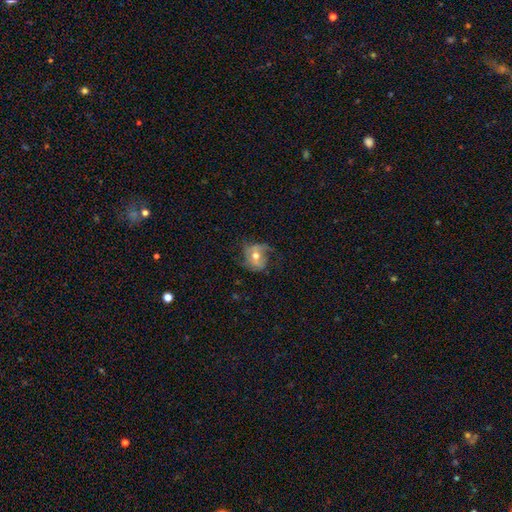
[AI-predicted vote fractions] smooth-or-featured: featured or disk: 55% | smooth: 36% | star or artifact: 9%
  disk-edge-on: no: 96% | yes: 4%
    bar: no: 56% | weak: 29% | strong: 15%
    has-spiral-arms: yes: 66% | no: 34%
    bulge-size: moderate: 73% | small: 20% | large: 5% | none: 1% | dominant: 1%
  merging: none: 49% | minor disturbance: 26% | major disturbance: 24% | merger: 2%